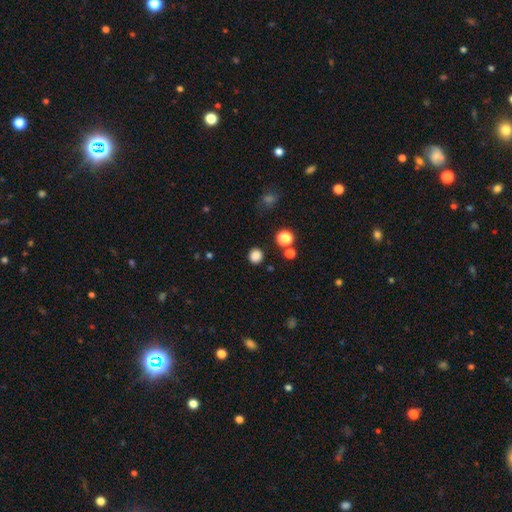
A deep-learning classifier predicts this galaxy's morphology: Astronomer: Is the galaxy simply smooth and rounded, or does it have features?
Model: smooth — 84%.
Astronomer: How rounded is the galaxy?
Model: round — 89%.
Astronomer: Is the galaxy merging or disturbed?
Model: none — 88%.